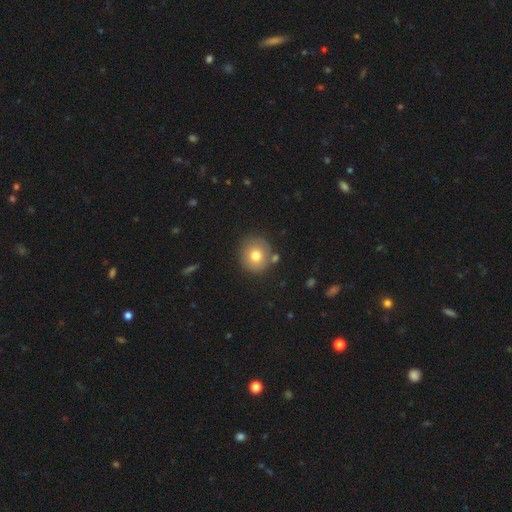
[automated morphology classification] Smooth or featured? smooth (74%)
How rounded? round (91%)
Merging? none (79%)